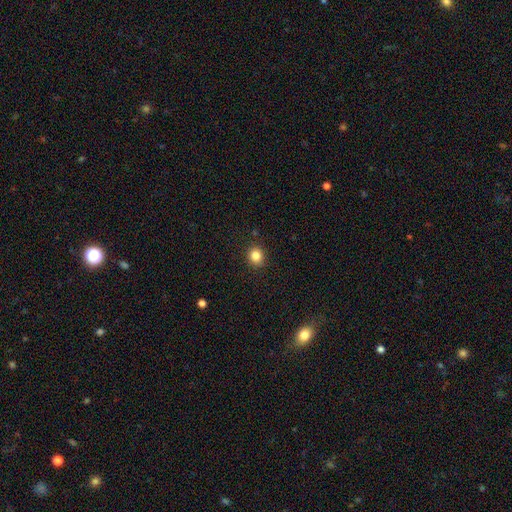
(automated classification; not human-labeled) A smooth galaxy with no disk features (84%) that is round (84%). Merging: none (90%).